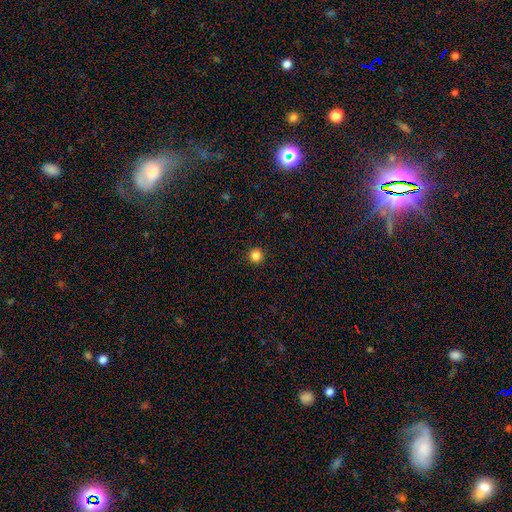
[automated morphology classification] smooth_or_featured: smooth (p=0.84) [alt: star or artifact p=0.12]
how_rounded: round (p=0.96) [alt: in between p=0.03]
merging: none (p=0.93) [alt: minor disturbance p=0.04]